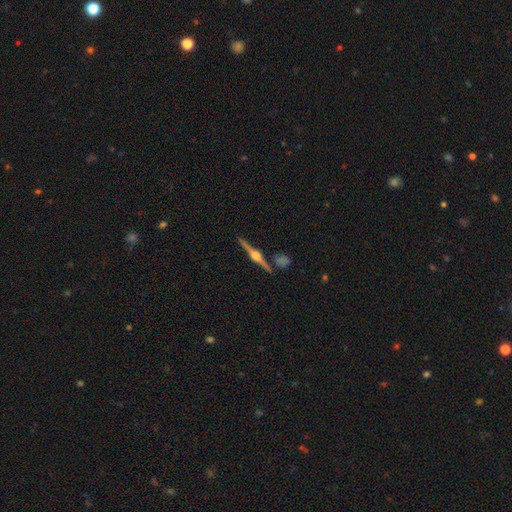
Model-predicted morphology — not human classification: smooth_or_featured: featured or disk (p=0.88) [alt: smooth p=0.07]
disk_edge_on: yes (p=0.98) [alt: no p=0.02]
edge_on_bulge: rounded (p=0.95) [alt: boxy p=0.04]
merging: none (p=0.88) [alt: minor disturbance p=0.07]